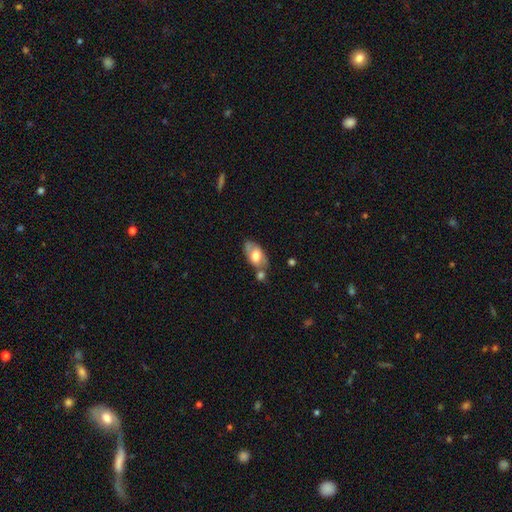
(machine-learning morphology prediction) type=smooth (56%); roundness=in between (91%); merging=none (46%).